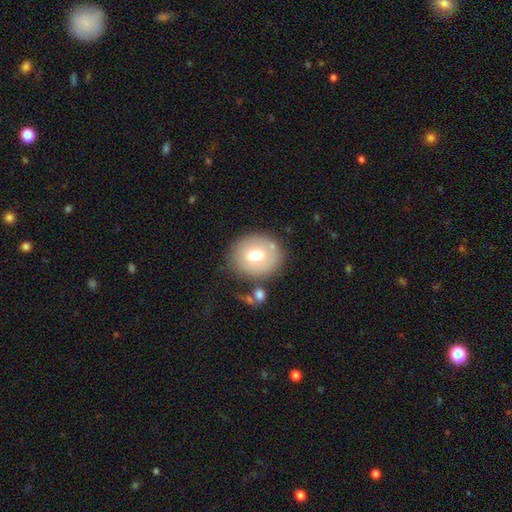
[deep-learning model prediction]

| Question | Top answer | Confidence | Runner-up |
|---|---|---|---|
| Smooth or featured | smooth | 67% | featured or disk (25%) |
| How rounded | round | 73% | in between (26%) |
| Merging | none | 77% | minor disturbance (12%) |